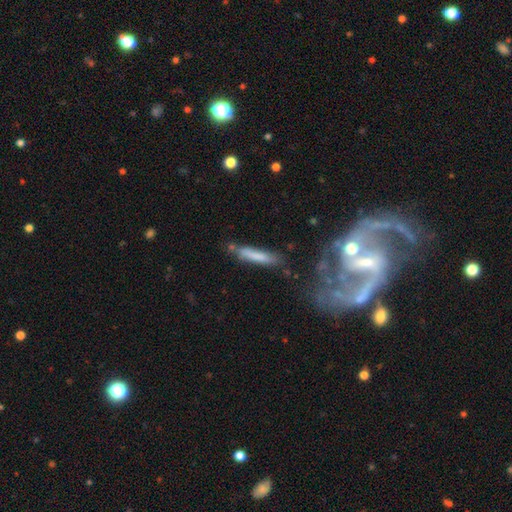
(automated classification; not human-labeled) Smooth or featured? smooth (73%)
How rounded? cigar-shaped (89%)
Merging? none (68%)